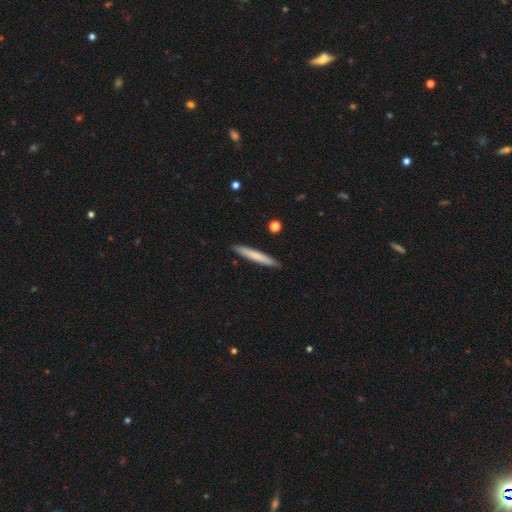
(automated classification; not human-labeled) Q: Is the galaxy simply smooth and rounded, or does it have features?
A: smooth — 72%.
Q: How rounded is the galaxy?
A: cigar-shaped — 95%.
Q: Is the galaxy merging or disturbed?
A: none — 91%.